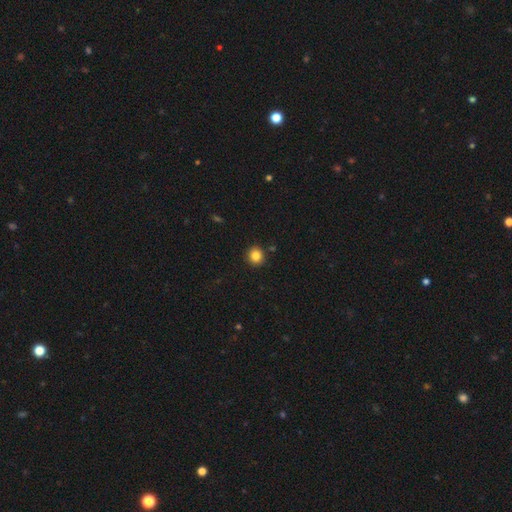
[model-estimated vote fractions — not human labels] Morphology: type=smooth (84%); roundness=round (90%); merging=none (90%).